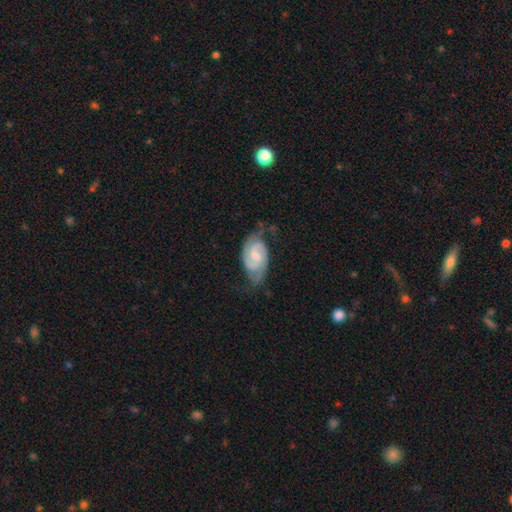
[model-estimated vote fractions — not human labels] Smooth or featured? Predicted: featured or disk (p=0.82). Edge-on disk? Predicted: no (p=0.97). Bar? Predicted: weak (p=0.50). Spiral arms? Predicted: yes (p=0.97). Spiral winding? Predicted: tight (p=0.45). Spiral arm count? Predicted: 2 (p=0.88). Bulge size? Predicted: moderate (p=0.42). Merging? Predicted: none (p=0.63).